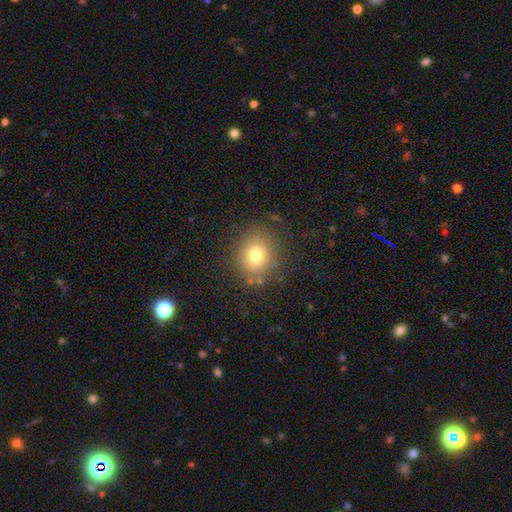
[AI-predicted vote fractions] A smooth galaxy with no disk features (77%) that is round (78%).

Vote fractions:
- Smooth or featured? smooth: 77% / star or artifact: 13% / featured or disk: 10%
- How rounded? round: 78% / in between: 22% / cigar-shaped: 1%
- Merging? none: 82% / minor disturbance: 11% / major disturbance: 5% / merger: 2%